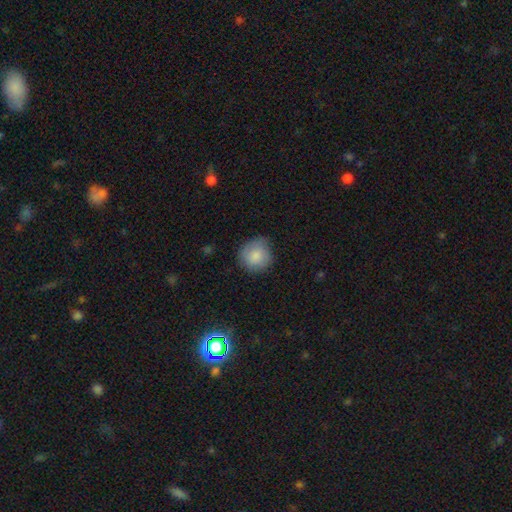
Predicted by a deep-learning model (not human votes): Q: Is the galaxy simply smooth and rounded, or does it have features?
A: smooth — 82%.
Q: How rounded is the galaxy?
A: round — 89%.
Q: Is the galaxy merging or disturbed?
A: none — 71%.